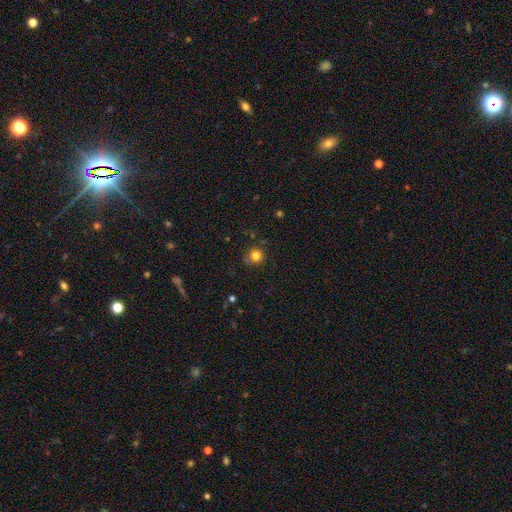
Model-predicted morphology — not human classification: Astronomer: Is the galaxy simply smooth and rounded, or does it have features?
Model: smooth — 82%.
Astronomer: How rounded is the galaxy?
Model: round — 91%.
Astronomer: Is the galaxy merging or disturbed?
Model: none — 77%.